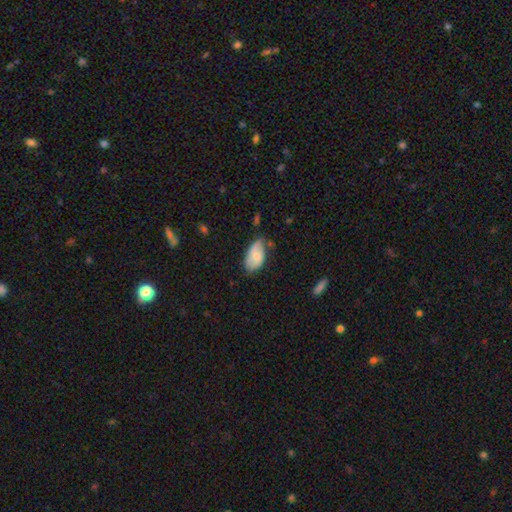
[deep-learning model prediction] The model was most divided on "merging": none: 44%, minor disturbance: 41%, major disturbance: 12%, merger: 3%. More confident: how rounded — in between (94%); smooth or featured — smooth (63%).